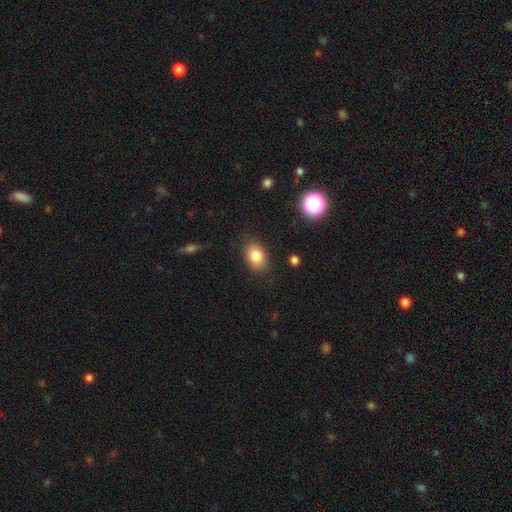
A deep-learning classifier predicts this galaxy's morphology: This is clearly a smooth galaxy (83%). How rounded: likely in between (75%). Merging: clearly none (80%).